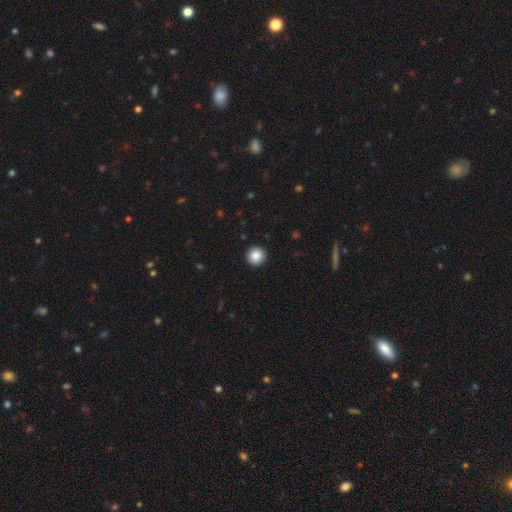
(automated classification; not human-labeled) Overall: smooth (87%). How rounded: round (95%). Merging: none (93%).